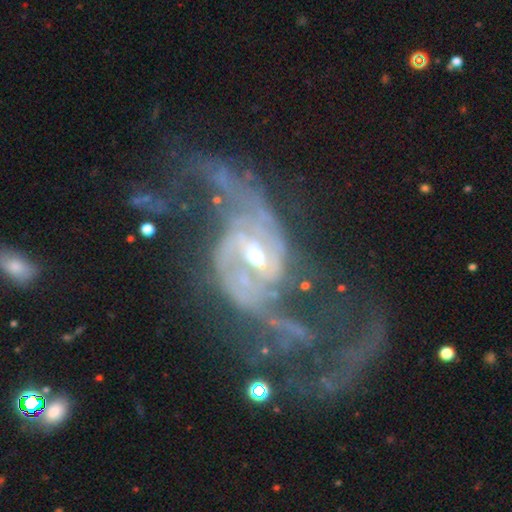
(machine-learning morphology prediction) type=featured or disk (89%); edge-on=no (97%); bar=weak (46%); spiral arms=yes (94%); winding=loose (55%); arm count=2 (75%); bulge=moderate (47%); merging=major disturbance (41%).